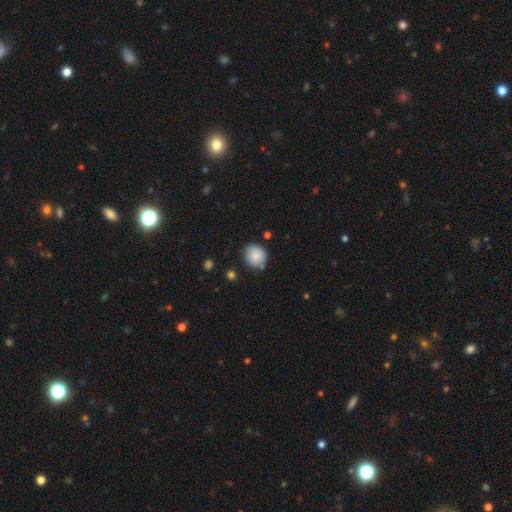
Smooth or featured?
  - smooth: 95% *
  - featured or disk: 2%
  - star or artifact: 2%
How rounded?
  - round: 95% *
  - in between: 5%
  - cigar-shaped: 0%
Merging?
  - none: 79% *
  - minor disturbance: 18%
  - merger: 3%
  - major disturbance: 0%